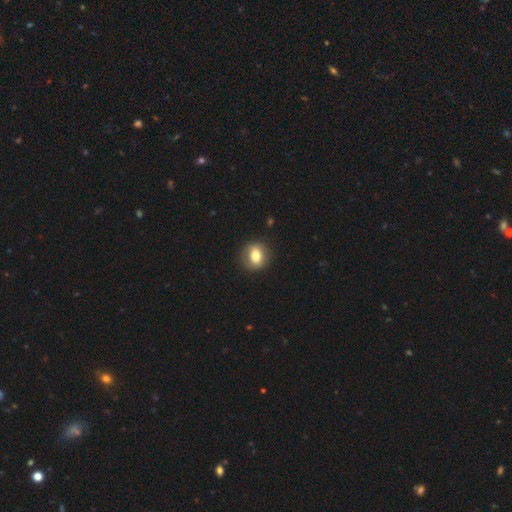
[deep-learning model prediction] Smooth or featured: smooth — 70% (featured or disk — 21%)
How rounded: round — 65% (in between — 33%)
Merging: none — 87% (minor disturbance — 9%)